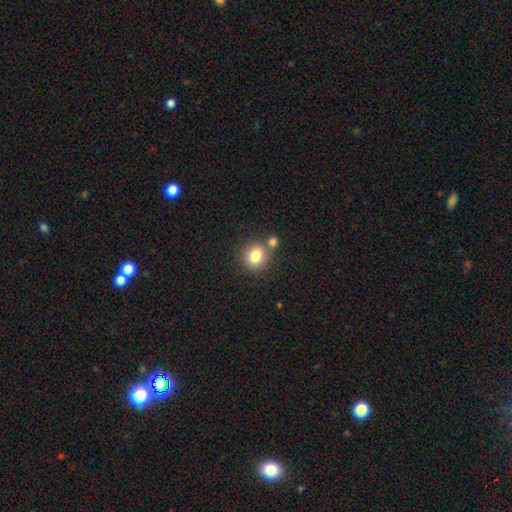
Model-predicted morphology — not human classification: Smooth or featured? smooth (81%)
How rounded? round (78%)
Merging? none (65%)